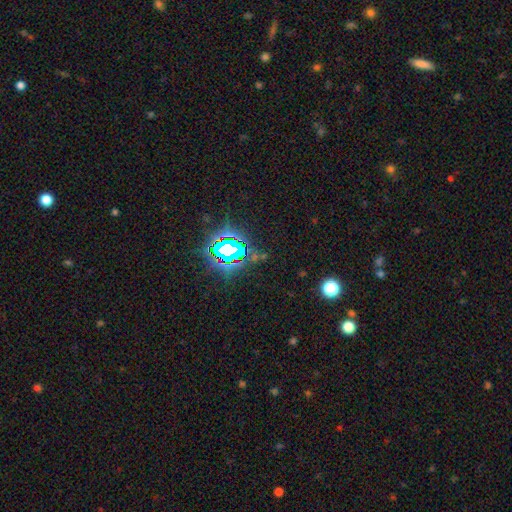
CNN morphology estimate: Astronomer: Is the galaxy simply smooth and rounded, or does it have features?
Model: star or artifact — 81%.